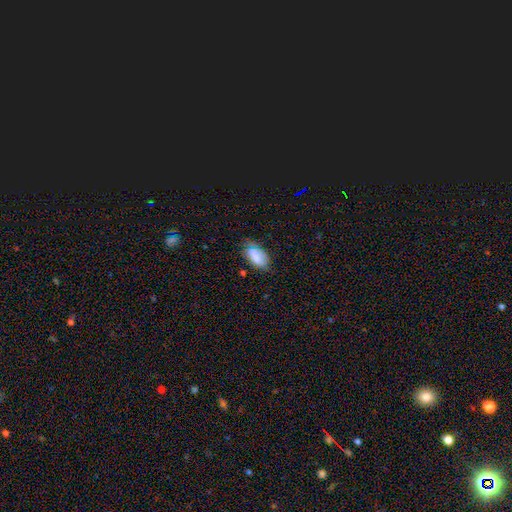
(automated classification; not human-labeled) smooth_or_featured: smooth (p=0.76) [alt: featured or disk p=0.13]
how_rounded: in between (p=0.91) [alt: round p=0.05]
merging: none (p=0.60) [alt: minor disturbance p=0.28]